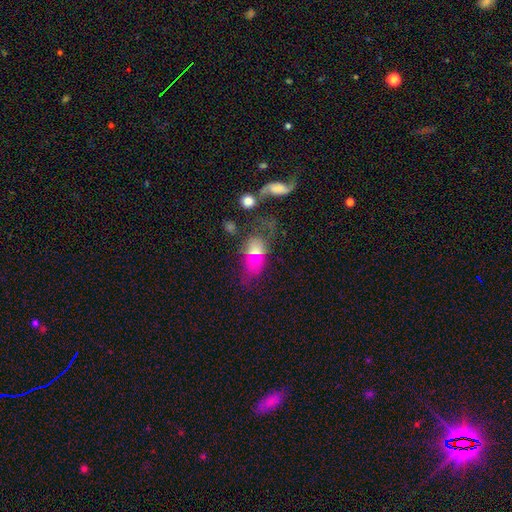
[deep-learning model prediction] Smooth or featured? Predicted: smooth (p=0.50). Merging? Predicted: none (p=0.35).